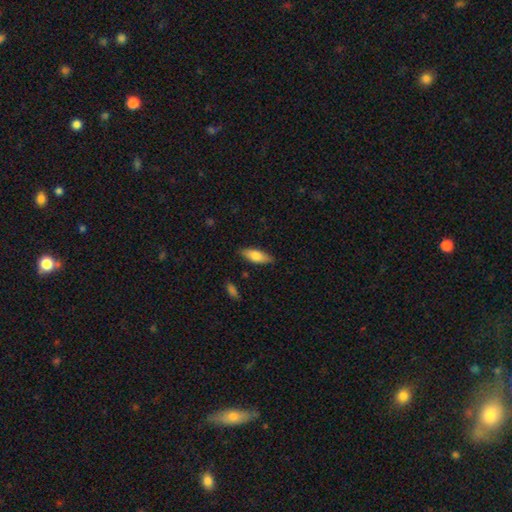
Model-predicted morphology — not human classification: smooth-or-featured: smooth: 74% | featured or disk: 19% | star or artifact: 6%
  how-rounded: in between: 66% | cigar-shaped: 32% | round: 2%
  merging: none: 85% | minor disturbance: 12% | major disturbance: 2% | merger: 2%